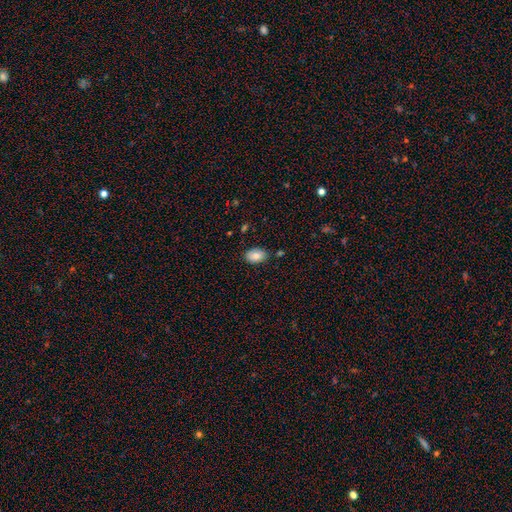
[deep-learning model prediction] Morphology: type=smooth (84%); roundness=in between (89%); merging=none (82%).